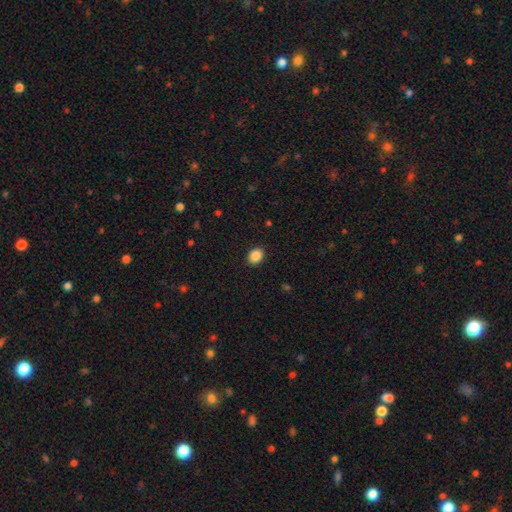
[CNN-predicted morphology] Overall: smooth (88%). How rounded: in between (54%; round 45%). Merging: none (90%).